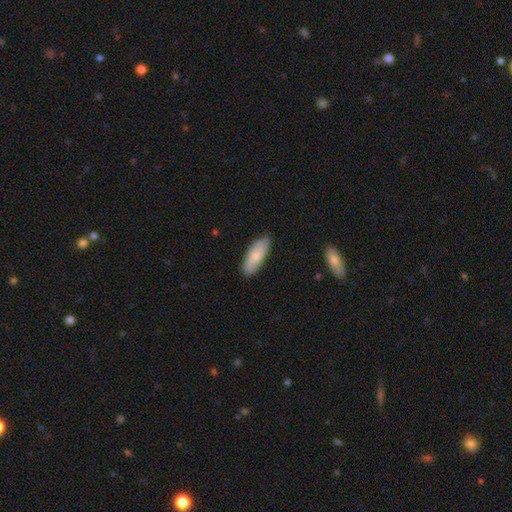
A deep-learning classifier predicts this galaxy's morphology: Overall: smooth (75%). How rounded: in between (73%). Merging: none (85%).